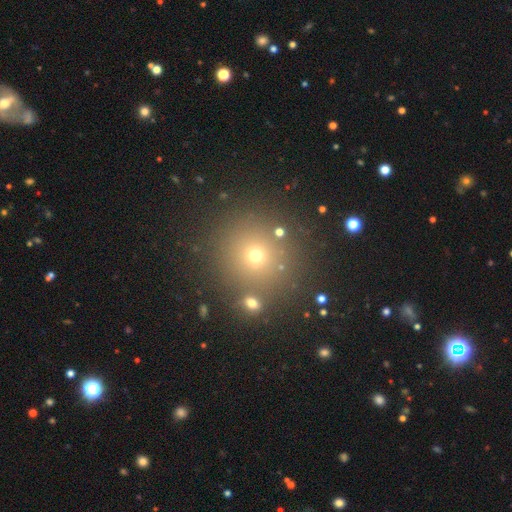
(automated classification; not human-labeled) A smooth galaxy with no disk features (62%) that is round (94%).

Vote fractions:
- Smooth or featured? smooth: 62% / star or artifact: 28% / featured or disk: 10%
- How rounded? round: 94% / in between: 5% / cigar-shaped: 1%
- Merging? none: 83% / minor disturbance: 7% / merger: 7% / major disturbance: 4%